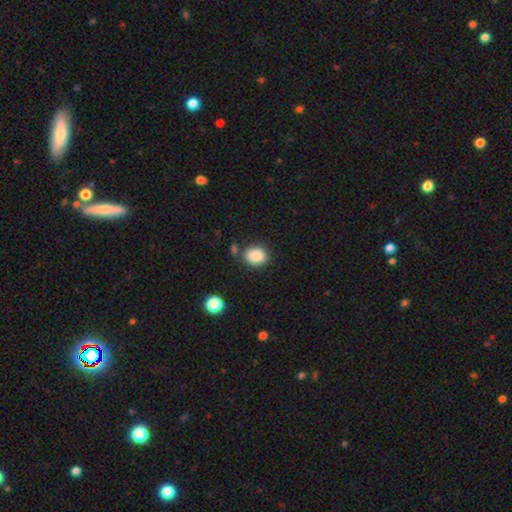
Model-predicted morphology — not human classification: Q: Smooth or featured?
A: smooth (88%); runner-up: star or artifact (9%)
Q: How rounded?
A: in between (53%); runner-up: round (46%)
Q: Merging?
A: none (77%); runner-up: minor disturbance (13%)